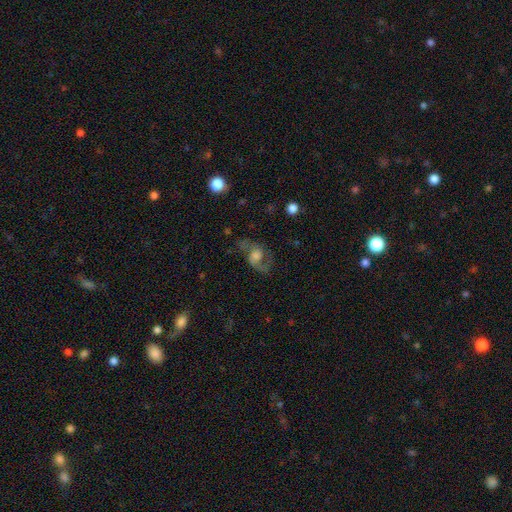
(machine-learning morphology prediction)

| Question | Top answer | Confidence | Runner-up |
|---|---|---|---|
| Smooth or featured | featured or disk | 64% | smooth (26%) |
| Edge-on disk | no | 96% | yes (4%) |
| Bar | no | 67% | weak (28%) |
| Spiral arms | yes | 83% | no (17%) |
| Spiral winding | loose | 47% | medium (42%) |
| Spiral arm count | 2 | 76% | 1 (15%) |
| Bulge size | moderate | 35% | large (32%) |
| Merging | none | 53% | major disturbance (25%) |